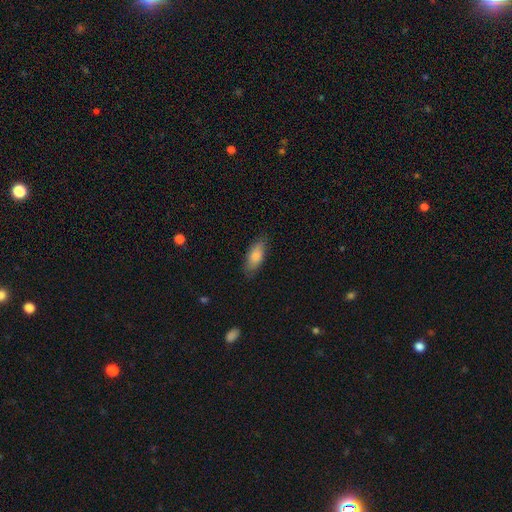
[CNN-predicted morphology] The model was most divided on "how rounded": in between: 80%, cigar-shaped: 17%, round: 2%. More confident: smooth or featured — smooth (82%); merging — none (81%).